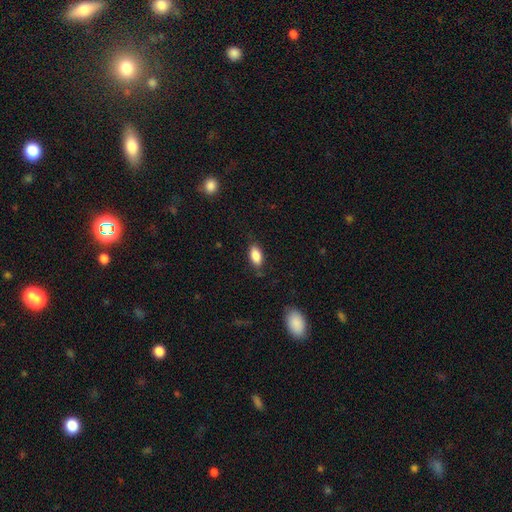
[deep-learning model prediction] The model was most divided on "merging": none: 79%, minor disturbance: 16%, major disturbance: 3%, merger: 1%. More confident: how rounded — in between (90%); smooth or featured — smooth (87%).